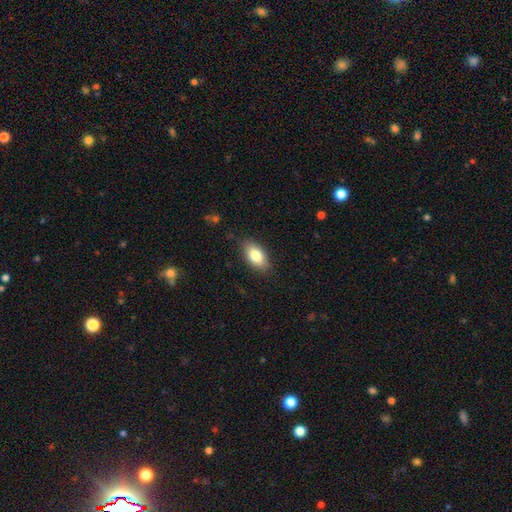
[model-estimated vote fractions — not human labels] A smooth galaxy with no disk features (81%) that is in between round and cigar-shaped (91%).

Vote fractions:
- Smooth or featured? smooth: 81% / featured or disk: 12% / star or artifact: 7%
- How rounded? in between: 91% / cigar-shaped: 5% / round: 4%
- Merging? none: 85% / minor disturbance: 11% / major disturbance: 3% / merger: 1%